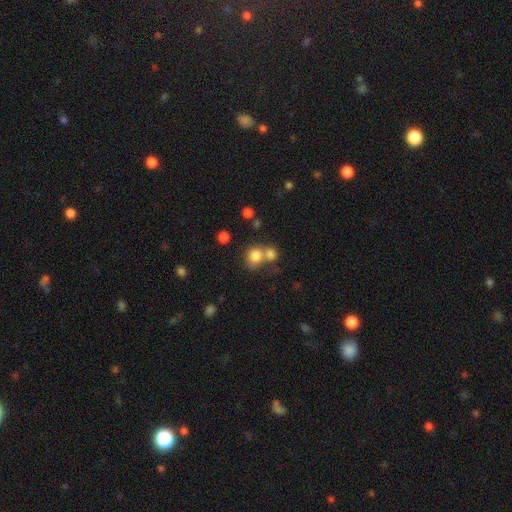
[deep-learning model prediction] Smooth or featured? smooth (80%)
How rounded? round (77%)
Merging? merger (45%)